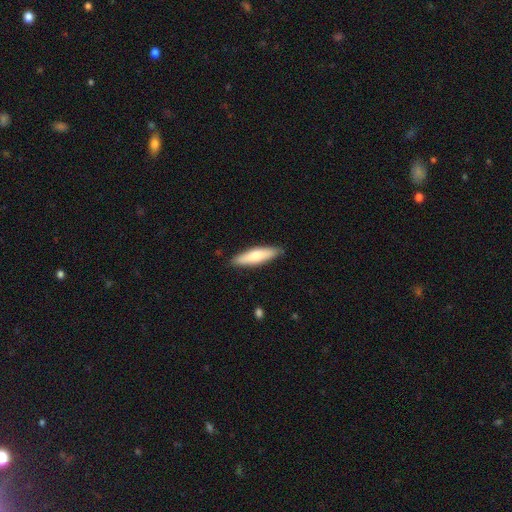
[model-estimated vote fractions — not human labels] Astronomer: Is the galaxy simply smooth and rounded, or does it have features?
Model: smooth — 73%.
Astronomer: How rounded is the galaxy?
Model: cigar-shaped — 67%.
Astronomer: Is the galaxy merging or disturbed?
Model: none — 86%.